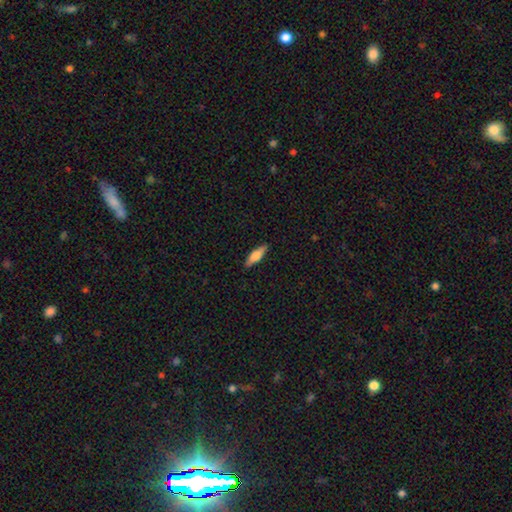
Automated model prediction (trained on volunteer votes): Morphology: type=smooth (52%); roundness=cigar-shaped (58%); merging=none (89%).